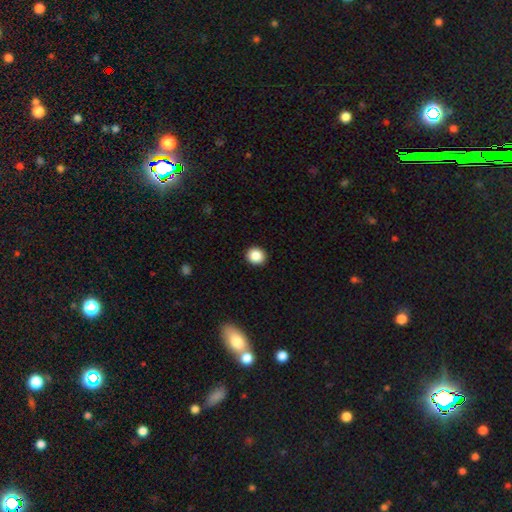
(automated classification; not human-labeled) A smooth galaxy with no disk features (87%) that is round (85%). Merging: none (92%).